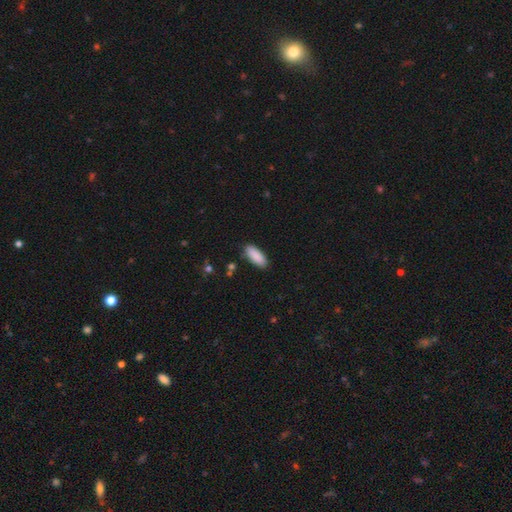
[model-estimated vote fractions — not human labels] The model was most divided on "how rounded": in between: 80%, cigar-shaped: 19%, round: 2%. More confident: smooth or featured — smooth (90%); merging — none (87%).